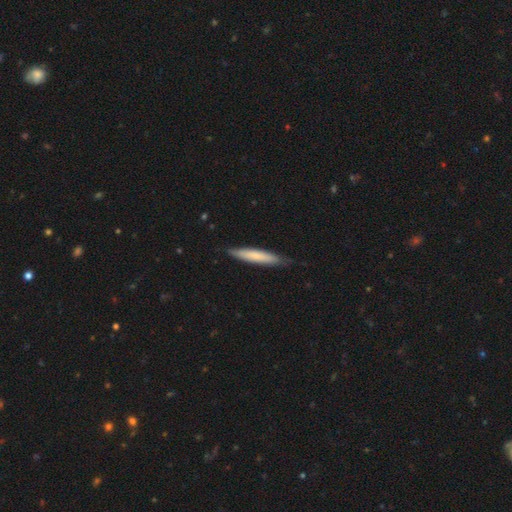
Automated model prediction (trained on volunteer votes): Morphology: type=smooth (72%); roundness=cigar-shaped (91%); merging=none (83%).